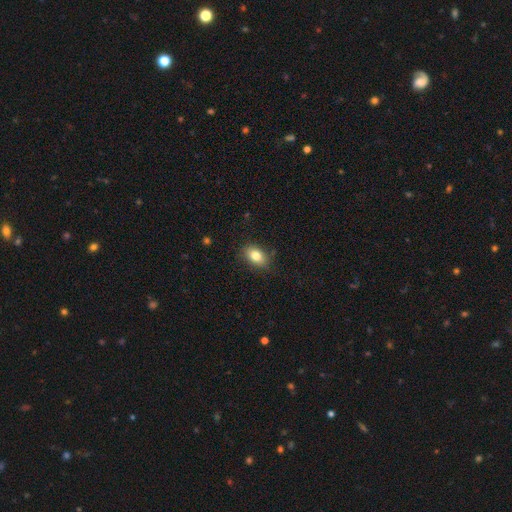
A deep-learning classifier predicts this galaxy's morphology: smooth_or_featured: smooth (p=0.82) [alt: featured or disk p=0.09]
how_rounded: in between (p=0.84) [alt: round p=0.15]
merging: none (p=0.83) [alt: minor disturbance p=0.13]